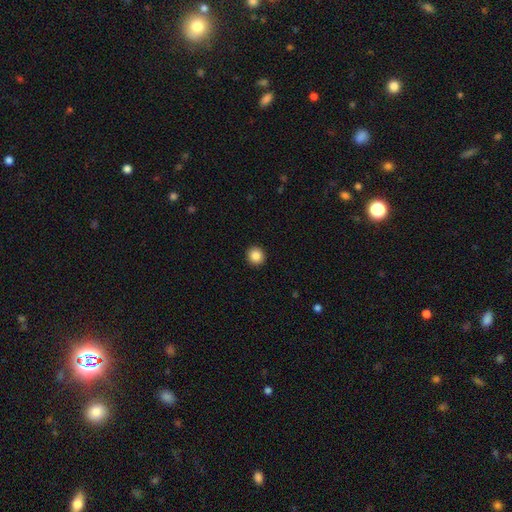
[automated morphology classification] Smooth or featured? Predicted: smooth (p=0.86). How rounded? Predicted: round (p=0.93). Merging? Predicted: none (p=0.93).